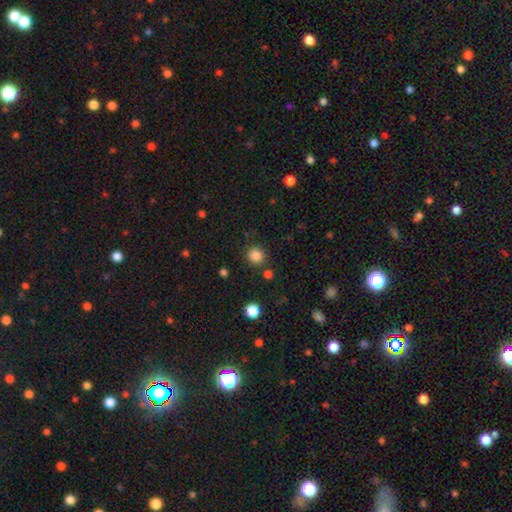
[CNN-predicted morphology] smooth-or-featured: smooth: 85% | star or artifact: 12% | featured or disk: 3%
  how-rounded: round: 89% | in between: 10% | cigar-shaped: 1%
  merging: none: 84% | minor disturbance: 8% | merger: 5% | major disturbance: 3%